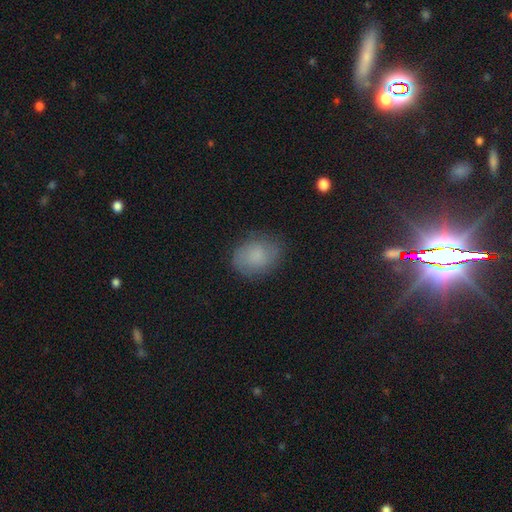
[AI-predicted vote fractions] A smooth galaxy with no disk features (74%) that is in between round and cigar-shaped (55%).

Vote fractions:
- Smooth or featured? smooth: 74% / featured or disk: 17% / star or artifact: 10%
- How rounded? in between: 55% / round: 44% / cigar-shaped: 1%
- Merging? none: 77% / minor disturbance: 17% / major disturbance: 5% / merger: 1%